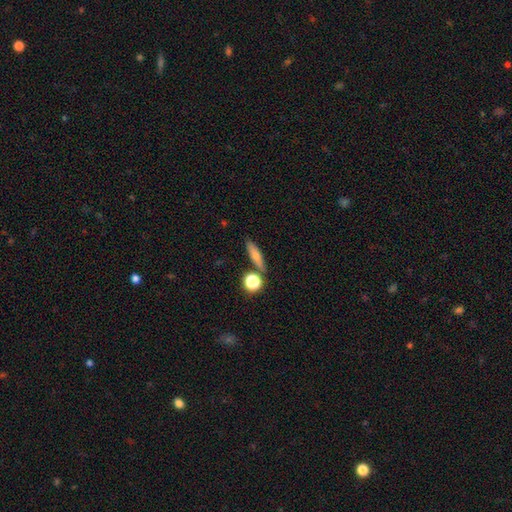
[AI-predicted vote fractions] smooth-or-featured: smooth: 70% | featured or disk: 20% | star or artifact: 11%
  how-rounded: cigar-shaped: 62% | in between: 29% | round: 9%
  merging: none: 77% | minor disturbance: 10% | merger: 10% | major disturbance: 3%